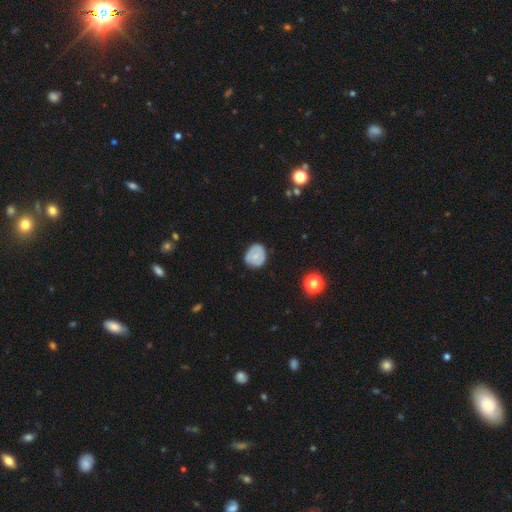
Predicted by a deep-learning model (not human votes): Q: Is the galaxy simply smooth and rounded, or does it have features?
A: smooth — 60%.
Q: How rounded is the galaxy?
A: round — 72%.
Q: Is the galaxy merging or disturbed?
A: none — 73%.